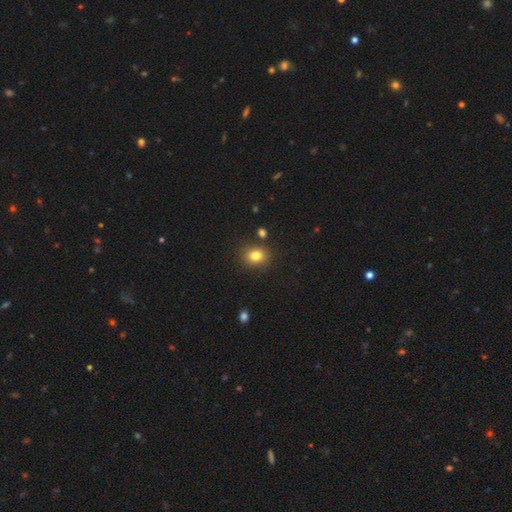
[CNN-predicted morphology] This appears to be a smooth galaxy with no disk features (81%) that is round (59%). Merging: none (84%).